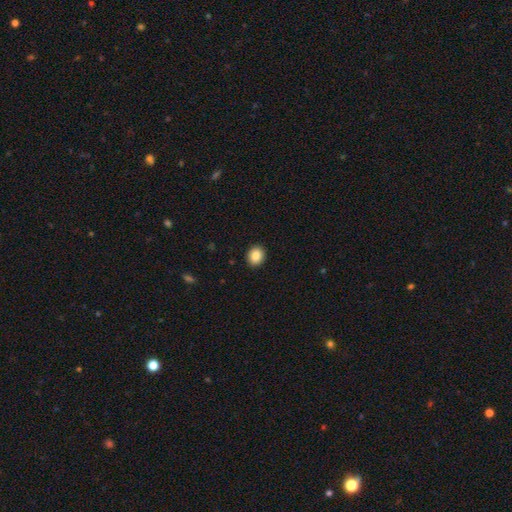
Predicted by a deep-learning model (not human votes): This is clearly a smooth galaxy (86%). How rounded: likely round (61%). Merging: clearly none (92%).